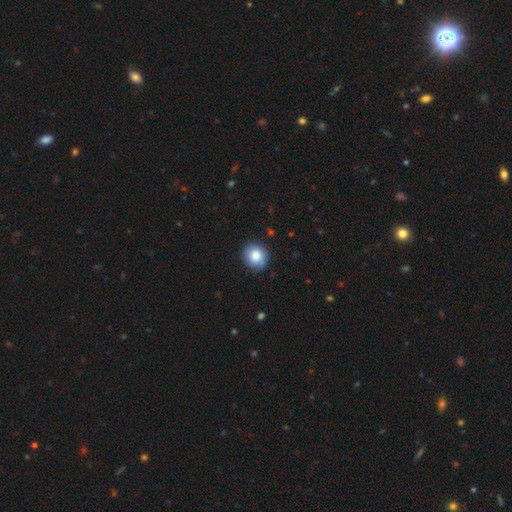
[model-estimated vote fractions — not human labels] Smooth or featured?
  - smooth: 85% *
  - star or artifact: 8%
  - featured or disk: 7%
How rounded?
  - round: 86% *
  - in between: 14%
  - cigar-shaped: 1%
Merging?
  - none: 87% *
  - minor disturbance: 10%
  - major disturbance: 2%
  - merger: 1%